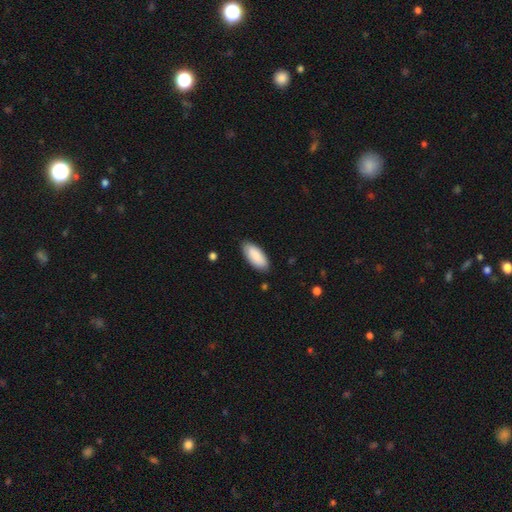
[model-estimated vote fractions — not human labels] Smooth or featured: smooth — 89% (featured or disk — 6%)
How rounded: in between — 88% (cigar-shaped — 11%)
Merging: none — 85% (minor disturbance — 12%)